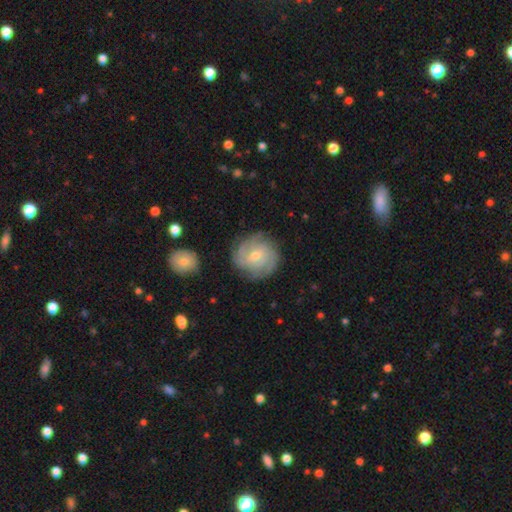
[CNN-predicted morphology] This appears to be a featured or disk galaxy (75%) with no bar (50%), tight (66%) spiral arms (93%) and a small central bulge (51%). Merging: none (83%).